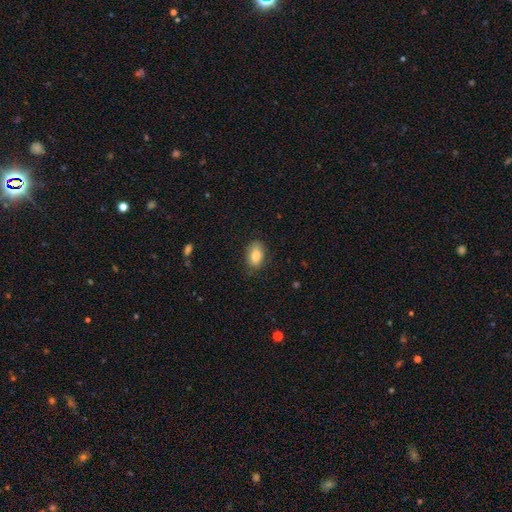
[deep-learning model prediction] Smooth or featured: smooth — 86% (star or artifact — 7%)
How rounded: in between — 89% (round — 10%)
Merging: none — 80% (minor disturbance — 15%)